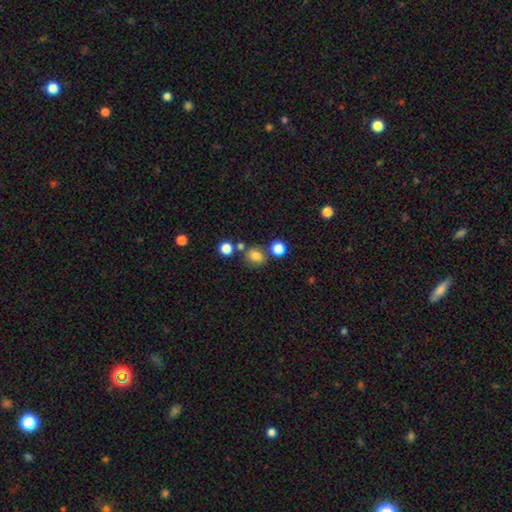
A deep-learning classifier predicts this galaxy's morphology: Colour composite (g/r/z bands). It shows a smooth galaxy with no disk features (78%) that is round (66%). Merging: none (66%).